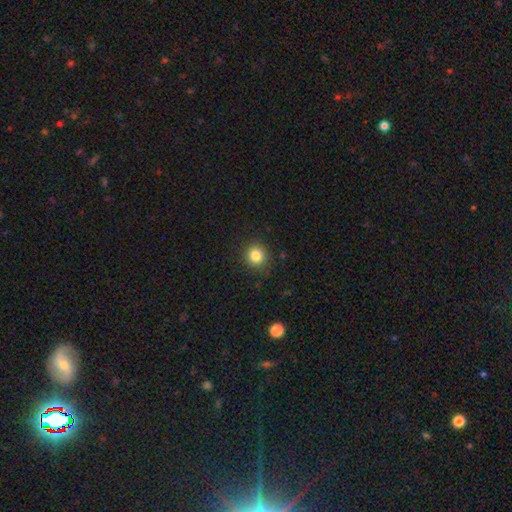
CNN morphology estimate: This is clearly a smooth galaxy (84%). How rounded: clearly round (90%). Merging: clearly none (88%).